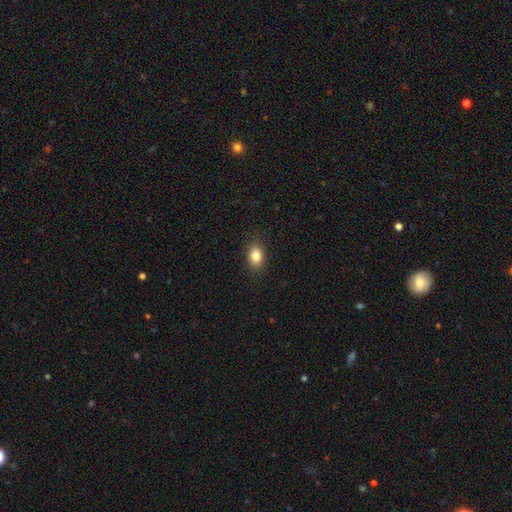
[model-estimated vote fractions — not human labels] The model was most divided on "how rounded": in between: 81%, round: 17%, cigar-shaped: 2%. More confident: merging — none (86%); smooth or featured — smooth (85%).